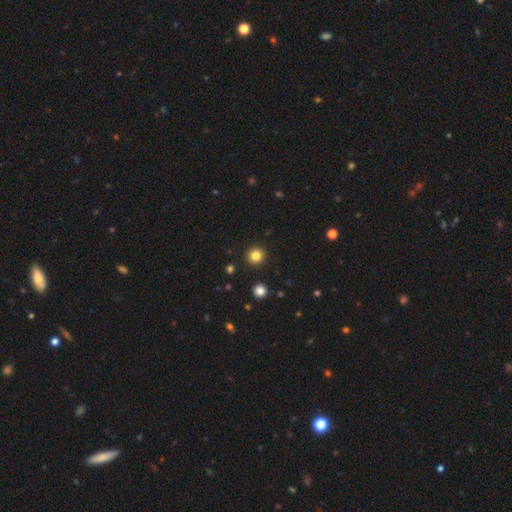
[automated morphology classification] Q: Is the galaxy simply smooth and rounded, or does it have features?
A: smooth — 83%.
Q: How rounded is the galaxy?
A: round — 93%.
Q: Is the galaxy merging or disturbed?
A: none — 92%.